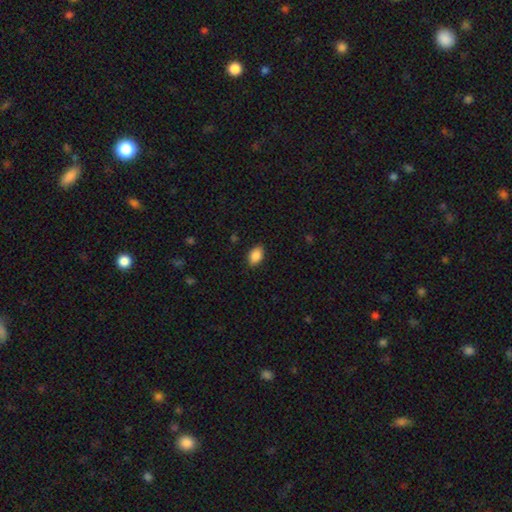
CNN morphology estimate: type=smooth (88%); roundness=in between (87%); merging=none (86%).